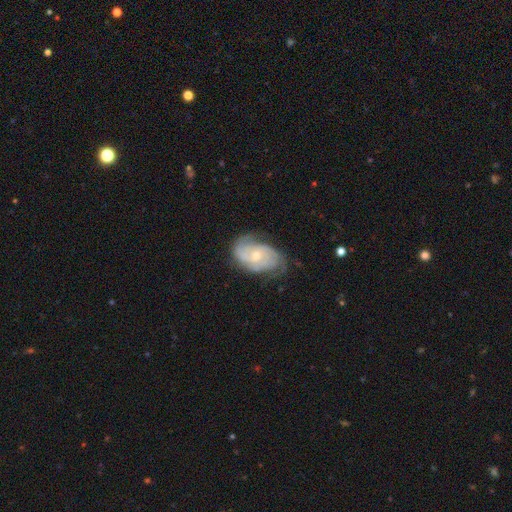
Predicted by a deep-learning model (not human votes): Smooth or featured? featured or disk (77%)
Edge-on disk? no (96%)
Bar? no (71%)
Spiral arms? yes (92%)
Spiral winding? tight (50%)
Spiral arm count? 2 (33%, tied with can't tell)
Bulge size? small (60%)
Merging? none (61%)